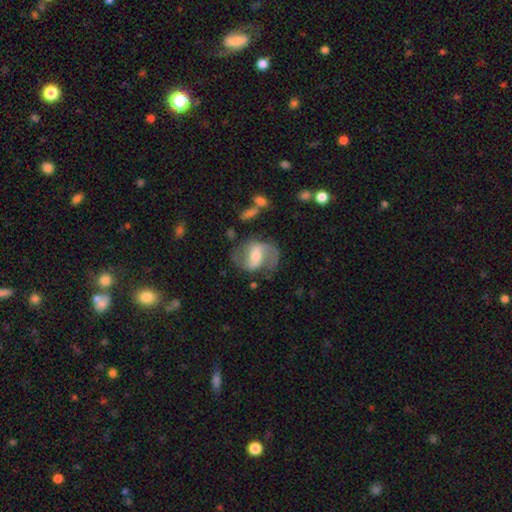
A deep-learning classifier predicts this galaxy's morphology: This appears to be a featured or disk galaxy (81%) with a weak bar (44%), 2 (88%) loose (45%) spiral arms (92%) and a moderate central bulge (56%). Merging: none (67%).